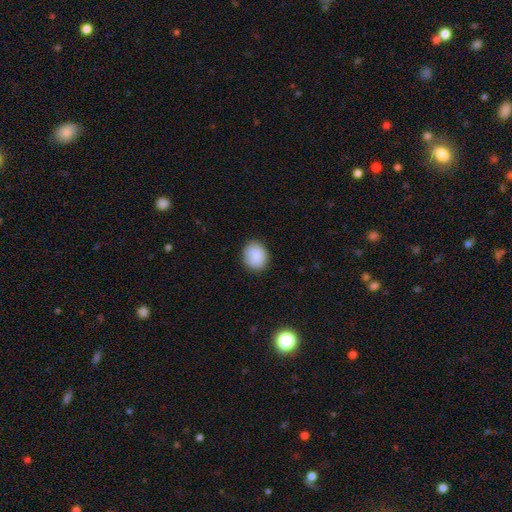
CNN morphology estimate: Smooth or featured?
  - smooth: 90% *
  - star or artifact: 7%
  - featured or disk: 3%
How rounded?
  - round: 67% *
  - in between: 32%
  - cigar-shaped: 1%
Merging?
  - none: 87% *
  - minor disturbance: 10%
  - major disturbance: 2%
  - merger: 1%